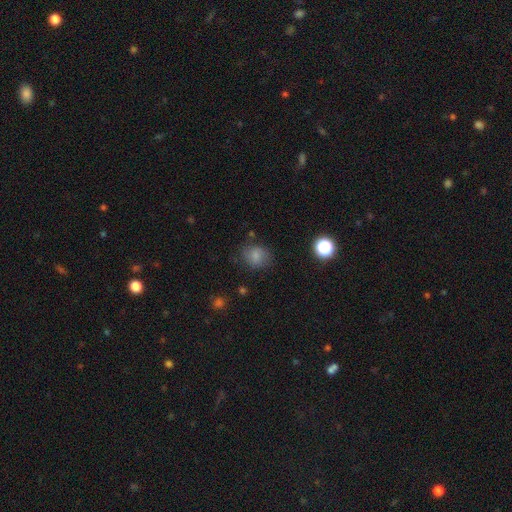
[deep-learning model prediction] This appears to be a smooth galaxy with no disk features (77%) that is round (67%). Merging: none (72%).